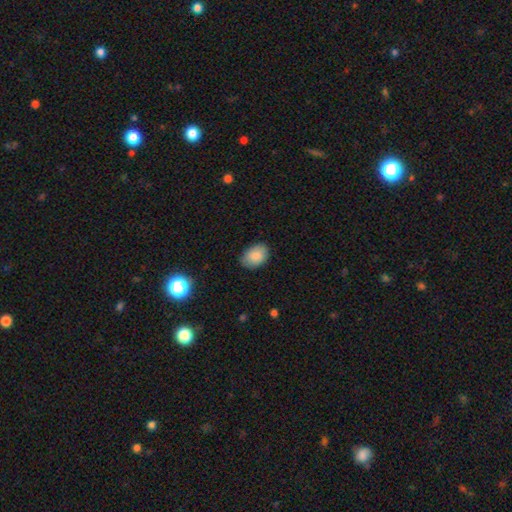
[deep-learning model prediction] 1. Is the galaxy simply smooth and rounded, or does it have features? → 86% smooth, 7% star or artifact, 6% featured or disk.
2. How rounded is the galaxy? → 83% in between, 16% round, 1% cigar-shaped.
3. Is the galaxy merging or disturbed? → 80% none, 16% minor disturbance, 3% major disturbance, 1% merger.